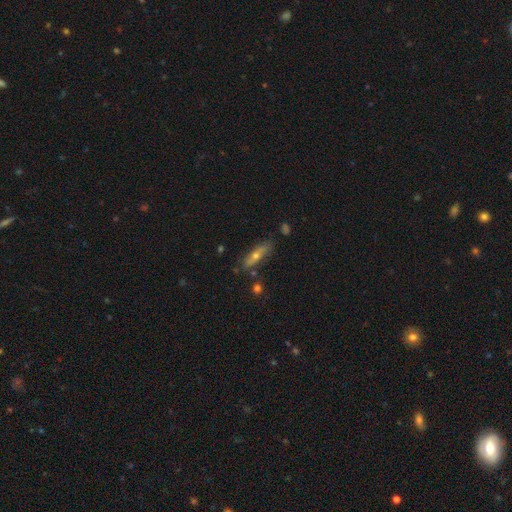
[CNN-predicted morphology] Q: Smooth or featured?
A: smooth (50%); runner-up: featured or disk (43%)
Q: Merging?
A: none (73%); runner-up: minor disturbance (18%)